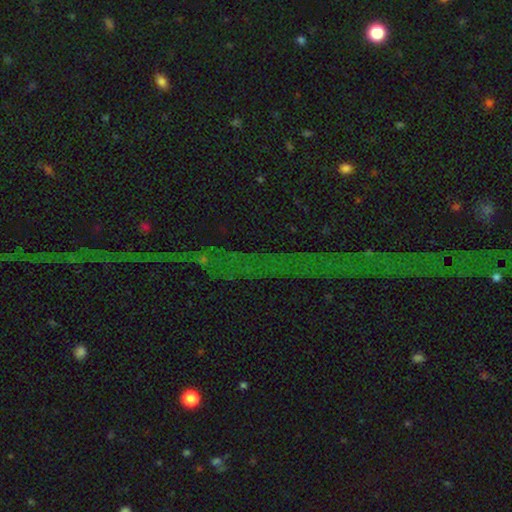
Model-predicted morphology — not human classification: The model was most divided on "smooth or featured": star or artifact: 78%, featured or disk: 13%, smooth: 9%.